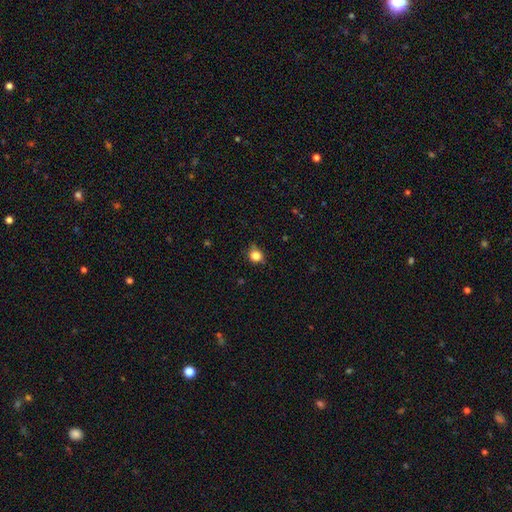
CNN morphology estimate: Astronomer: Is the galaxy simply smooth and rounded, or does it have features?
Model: smooth — 82%.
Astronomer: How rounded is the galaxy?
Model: round — 75%.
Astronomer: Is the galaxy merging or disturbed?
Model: none — 73%.